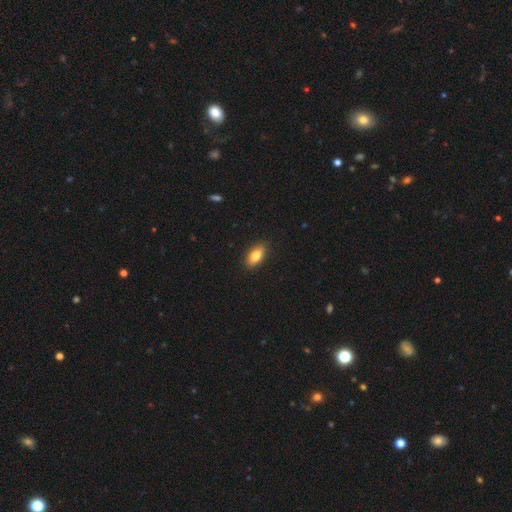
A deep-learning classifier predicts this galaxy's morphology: smooth 82%, featured or disk 11%, star or artifact 7%. Down the decision tree: how rounded — in between (87%); merging — none (89%).